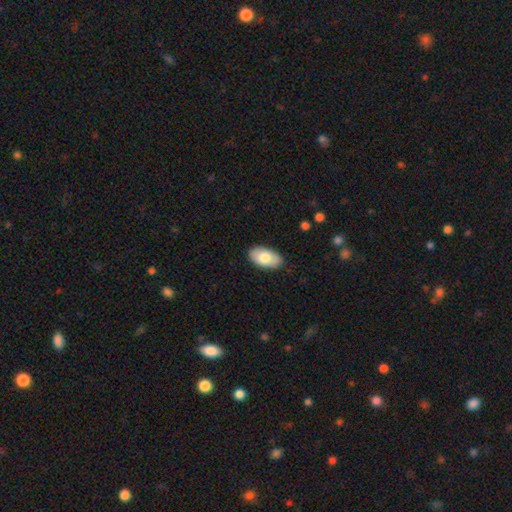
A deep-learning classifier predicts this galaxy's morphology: A smooth galaxy with no disk features (71%) that is in between round and cigar-shaped (93%).

Vote fractions:
- Smooth or featured? smooth: 71% / featured or disk: 18% / star or artifact: 10%
- How rounded? in between: 93% / round: 6% / cigar-shaped: 2%
- Merging? none: 86% / minor disturbance: 11% / major disturbance: 2% / merger: 1%